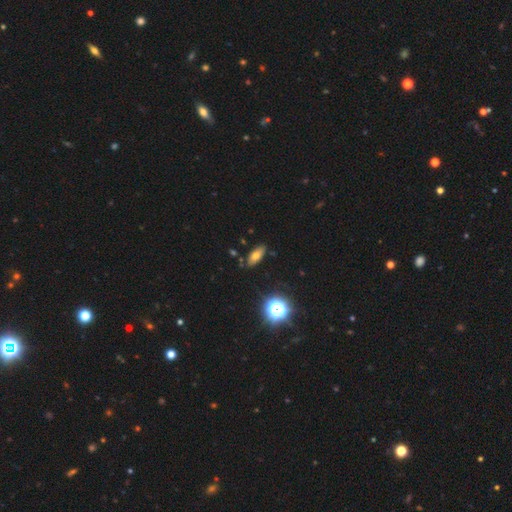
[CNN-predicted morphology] smooth_or_featured: smooth (p=0.66) [alt: featured or disk p=0.18]
how_rounded: in between (p=0.75) [alt: cigar-shaped p=0.18]
merging: none (p=0.83) [alt: minor disturbance p=0.12]